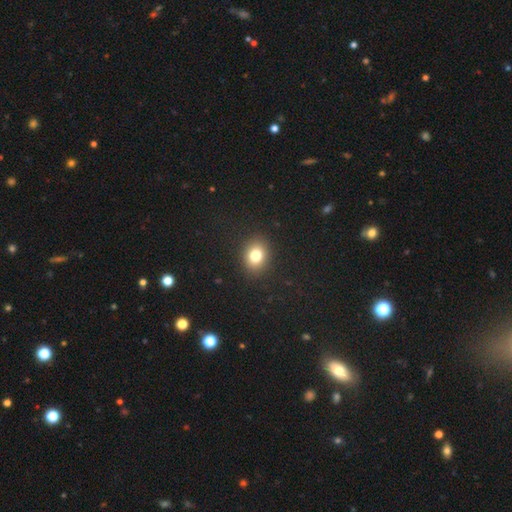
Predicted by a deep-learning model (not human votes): A smooth galaxy with no disk features (79%) that is round (56%). Merging: none (89%).